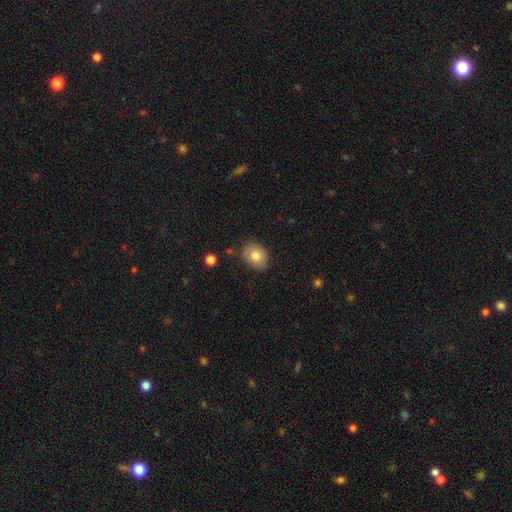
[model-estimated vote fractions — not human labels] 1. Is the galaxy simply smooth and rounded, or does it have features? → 80% smooth, 12% featured or disk, 9% star or artifact.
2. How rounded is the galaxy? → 55% in between, 44% round, 1% cigar-shaped.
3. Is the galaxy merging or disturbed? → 80% none, 15% minor disturbance, 3% major disturbance, 2% merger.